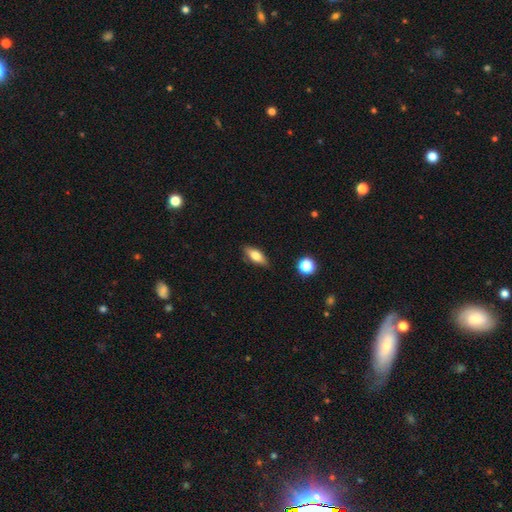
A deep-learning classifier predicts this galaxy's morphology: Smooth or featured: smooth — 71% (featured or disk — 21%)
How rounded: in between — 73% (cigar-shaped — 23%)
Merging: none — 84% (minor disturbance — 12%)